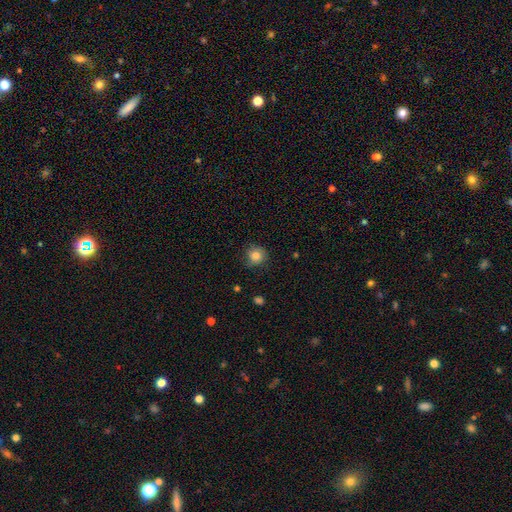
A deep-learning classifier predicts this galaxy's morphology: smooth 84%, star or artifact 10%, featured or disk 6%. Down the decision tree: how rounded — round (90%); merging — none (78%).